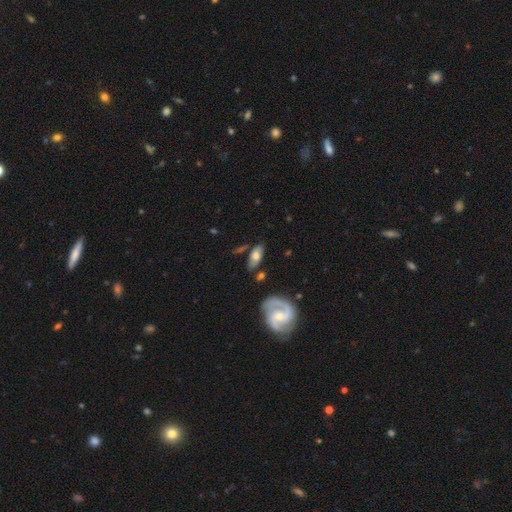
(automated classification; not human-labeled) Overall: smooth (48%; featured or disk 46%). Merging: none (74%).